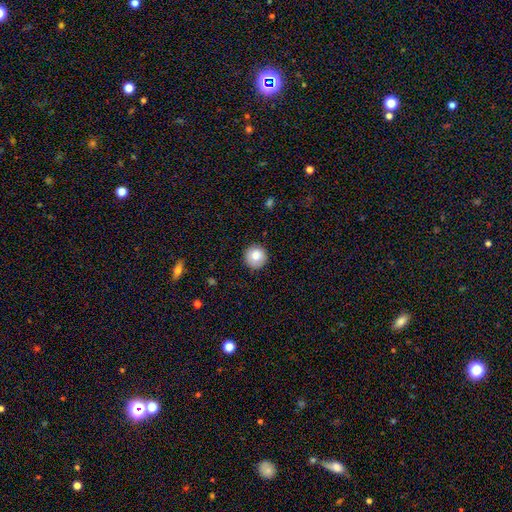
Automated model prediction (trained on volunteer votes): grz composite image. It shows a smooth galaxy with no disk features (83%) that is round (95%). Merging: none (88%).